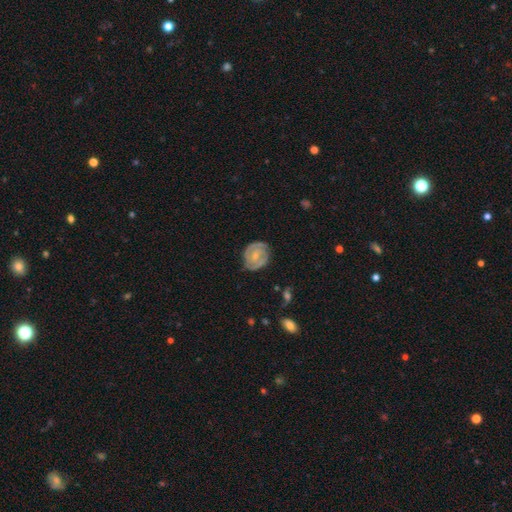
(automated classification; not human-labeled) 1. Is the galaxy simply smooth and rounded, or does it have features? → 80% featured or disk, 15% smooth, 5% star or artifact.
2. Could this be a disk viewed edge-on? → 98% no, 2% yes.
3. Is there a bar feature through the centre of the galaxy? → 62% no, 32% weak, 7% strong.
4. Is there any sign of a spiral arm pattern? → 94% yes, 6% no.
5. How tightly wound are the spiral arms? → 67% tight, 27% medium, 6% loose.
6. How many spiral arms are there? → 65% 2, 14% can't tell, 12% 3, 3% 1, 3% 4, 2% more than 4.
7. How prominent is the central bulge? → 60% small, 33% moderate, 5% none, 2% large, 1% dominant.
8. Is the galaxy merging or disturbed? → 77% none, 17% minor disturbance, 5% major disturbance, 1% merger.